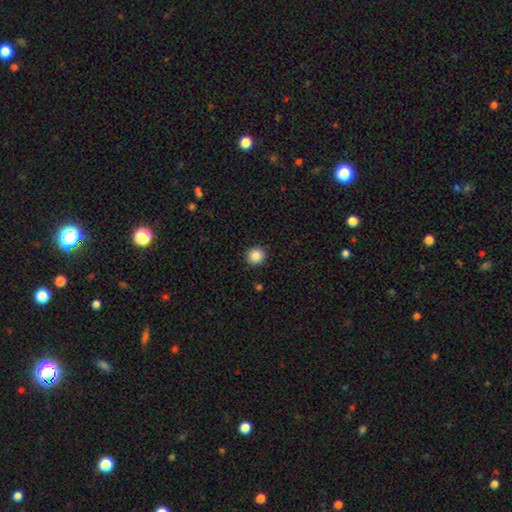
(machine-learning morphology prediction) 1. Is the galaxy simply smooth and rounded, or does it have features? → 87% smooth, 10% star or artifact, 4% featured or disk.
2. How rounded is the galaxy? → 91% round, 9% in between, 1% cigar-shaped.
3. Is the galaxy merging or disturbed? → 92% none, 5% minor disturbance, 2% major disturbance, 1% merger.